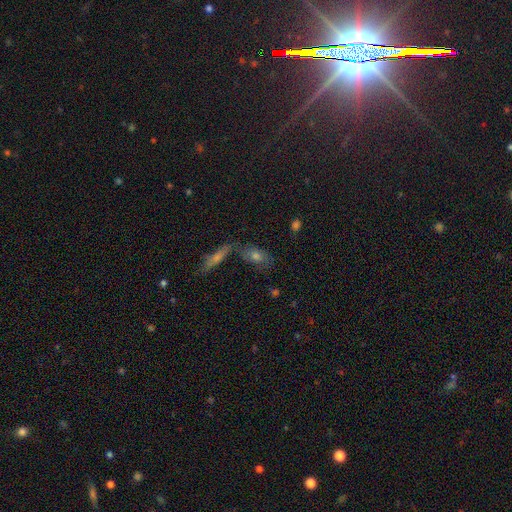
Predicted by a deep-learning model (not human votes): Q: Smooth or featured?
A: smooth (60%); runner-up: featured or disk (24%)
Q: How rounded?
A: in between (72%); runner-up: cigar-shaped (17%)
Q: Merging?
A: none (61%); runner-up: merger (21%)